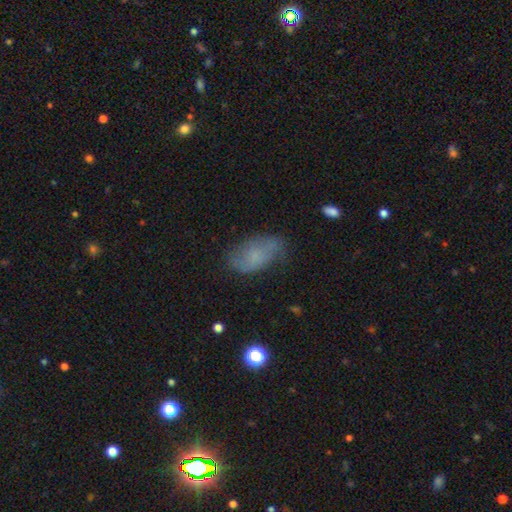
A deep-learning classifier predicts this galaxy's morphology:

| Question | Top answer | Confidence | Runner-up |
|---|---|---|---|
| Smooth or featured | smooth | 59% | featured or disk (30%) |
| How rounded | in between | 91% | round (5%) |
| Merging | none | 63% | minor disturbance (25%) |